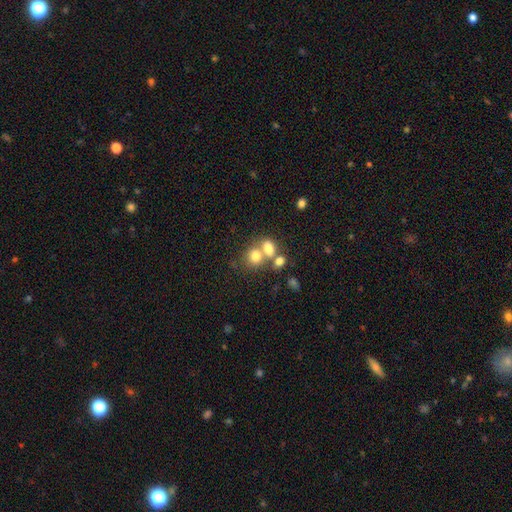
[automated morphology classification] The model was most divided on "how rounded": round: 58%, in between: 41%, cigar-shaped: 1%. More confident: smooth or featured — smooth (74%); merging — merger (52%).